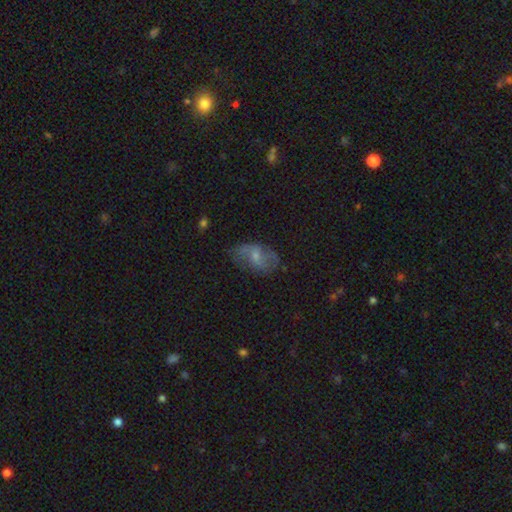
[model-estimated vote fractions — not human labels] This appears to be a featured or disk galaxy (49%). Merging: none (61%).